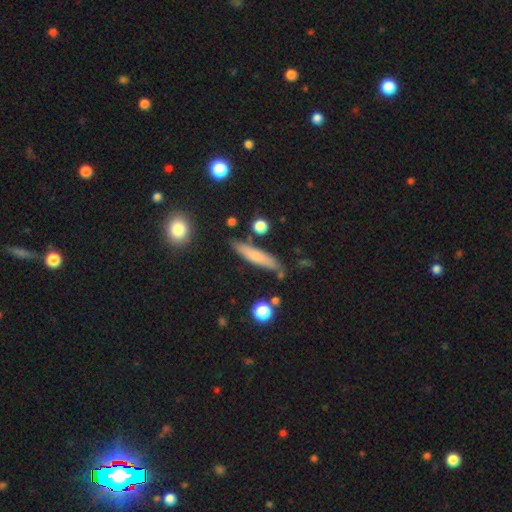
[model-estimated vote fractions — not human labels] Smooth or featured: smooth — 71% (featured or disk — 22%)
How rounded: cigar-shaped — 85% (in between — 13%)
Merging: none — 80% (minor disturbance — 13%)